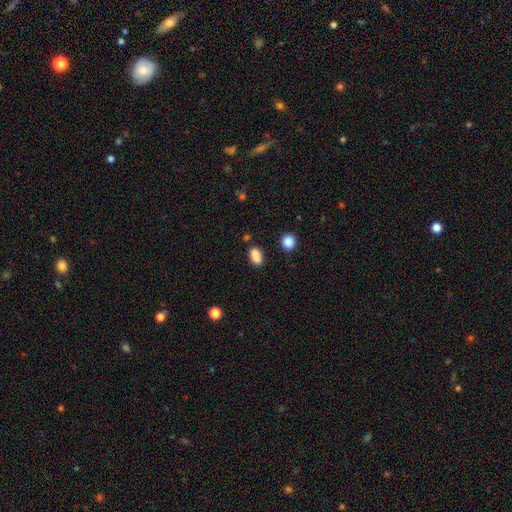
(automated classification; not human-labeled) Morphology: type=smooth (87%); roundness=in between (86%); merging=none (81%).